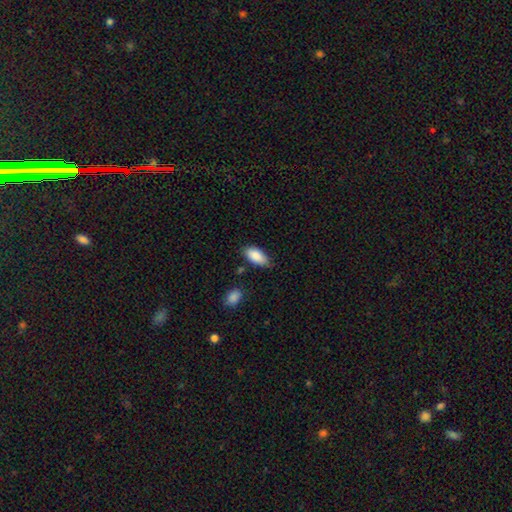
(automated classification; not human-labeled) Smooth or featured? smooth (88%)
How rounded? in between (91%)
Merging? none (73%)